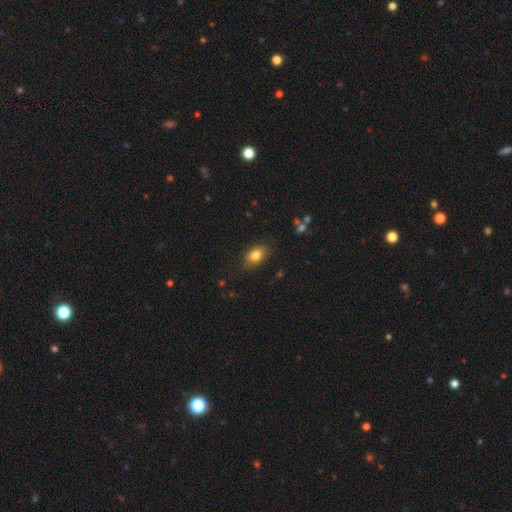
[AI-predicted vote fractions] Overall: smooth (81%). How rounded: in between (84%). Merging: none (78%).